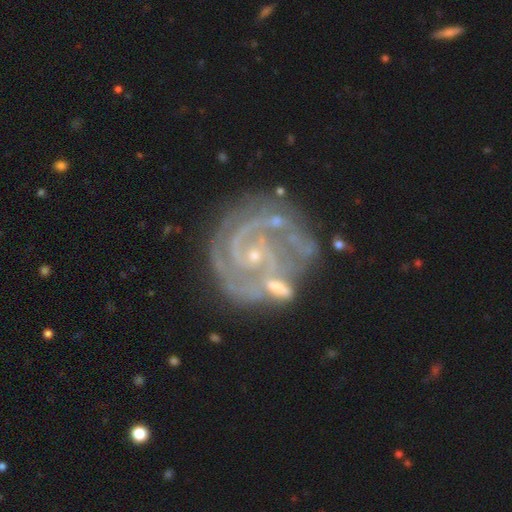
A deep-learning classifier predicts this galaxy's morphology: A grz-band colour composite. It shows a featured or disk galaxy (90%) with no bar (58%), 2 (50%) tight (68%) spiral arms (98%) and a small central bulge (83%). Merging: none (51%).